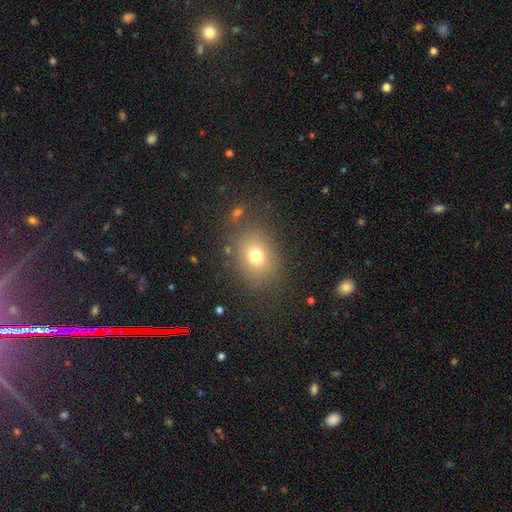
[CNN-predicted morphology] Smooth or featured?
  - smooth: 73% *
  - star or artifact: 15%
  - featured or disk: 12%
How rounded?
  - in between: 51% *
  - round: 48%
  - cigar-shaped: 1%
Merging?
  - none: 79% *
  - minor disturbance: 12%
  - major disturbance: 6%
  - merger: 3%